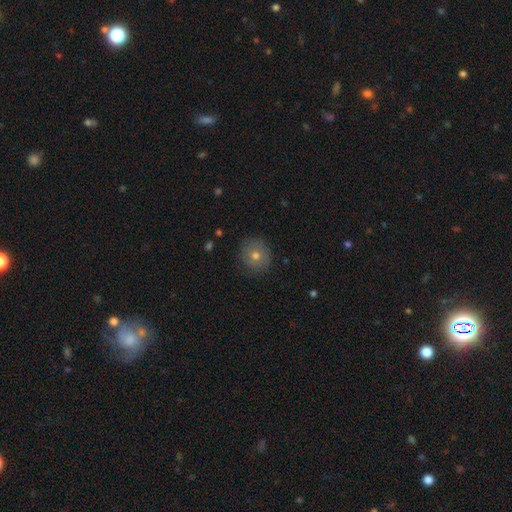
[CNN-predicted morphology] Smooth or featured? Predicted: smooth (p=0.68). How rounded? Predicted: round (p=0.91). Merging? Predicted: none (p=0.87).